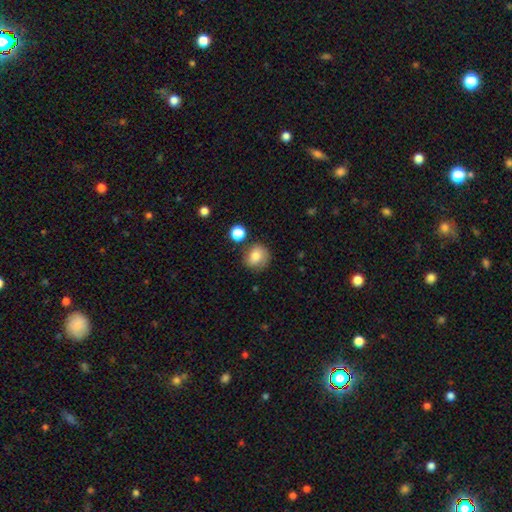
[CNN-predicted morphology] Smooth or featured?
  - smooth: 79% *
  - featured or disk: 11%
  - star or artifact: 10%
How rounded?
  - round: 77% *
  - in between: 22%
  - cigar-shaped: 1%
Merging?
  - none: 72% *
  - minor disturbance: 18%
  - merger: 5%
  - major disturbance: 5%